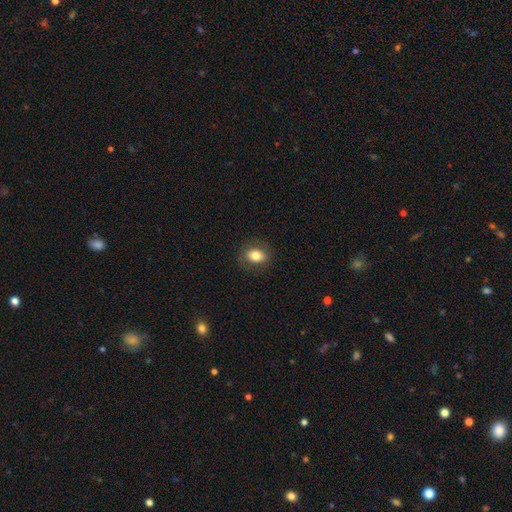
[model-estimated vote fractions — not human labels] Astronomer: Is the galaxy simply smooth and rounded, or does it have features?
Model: smooth — 79%.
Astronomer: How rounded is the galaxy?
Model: in between — 65%.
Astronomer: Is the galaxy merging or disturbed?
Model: none — 85%.